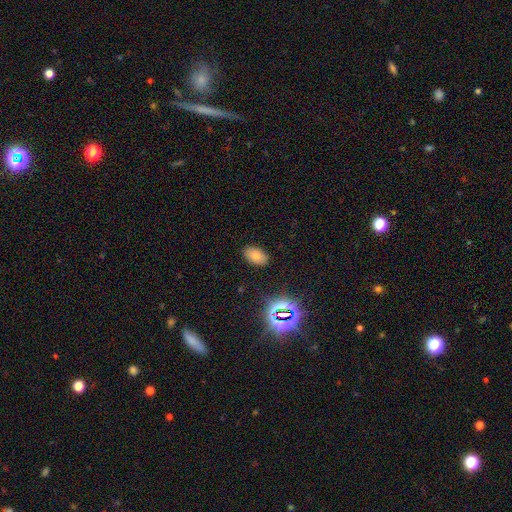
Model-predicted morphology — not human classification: A smooth galaxy with no disk features (77%) that is in between round and cigar-shaped (92%).

Vote fractions:
- Smooth or featured? smooth: 77% / star or artifact: 16% / featured or disk: 8%
- How rounded? in between: 92% / round: 6% / cigar-shaped: 2%
- Merging? none: 87% / minor disturbance: 9% / major disturbance: 3% / merger: 1%